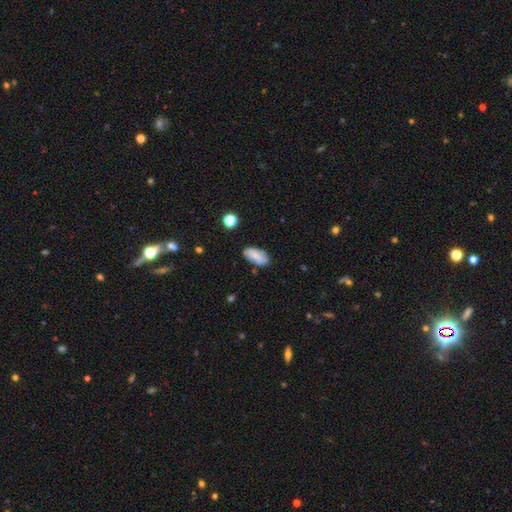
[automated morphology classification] Smooth or featured? Predicted: smooth (p=0.71). How rounded? Predicted: in between (p=0.92). Merging? Predicted: none (p=0.74).